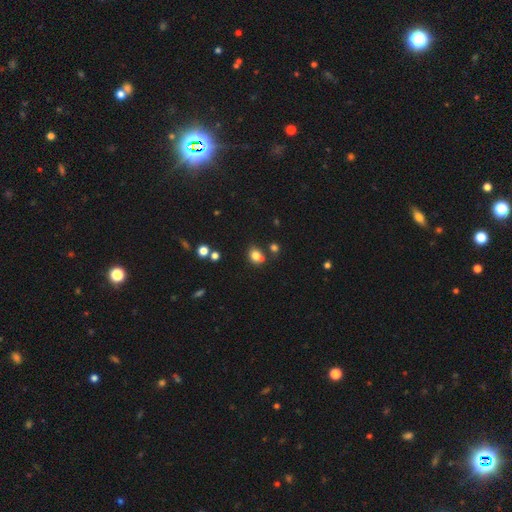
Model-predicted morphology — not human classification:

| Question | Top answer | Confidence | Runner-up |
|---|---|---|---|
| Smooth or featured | smooth | 79% | star or artifact (13%) |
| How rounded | round | 54% | in between (45%) |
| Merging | none | 61% | merger (18%) |